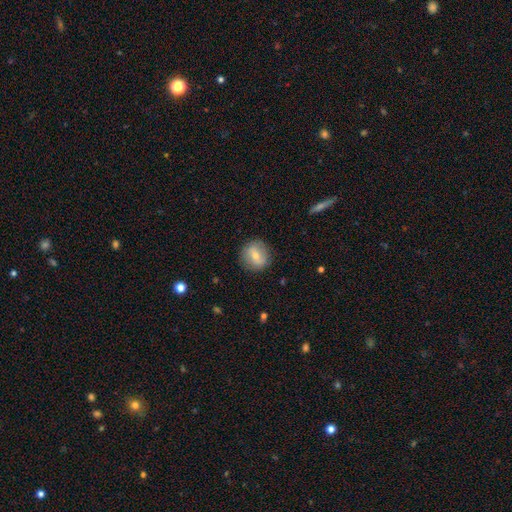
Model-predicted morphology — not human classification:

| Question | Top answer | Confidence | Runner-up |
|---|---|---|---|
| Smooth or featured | smooth | 58% | featured or disk (34%) |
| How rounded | round | 89% | in between (10%) |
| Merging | none | 87% | minor disturbance (9%) |